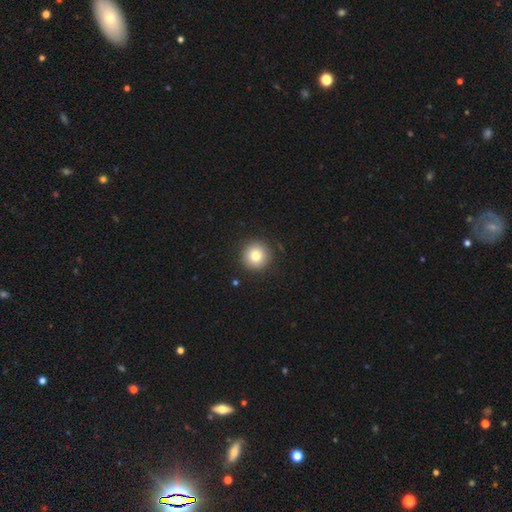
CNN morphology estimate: A smooth galaxy with no disk features (80%) that is round (96%). Merging: none (91%).